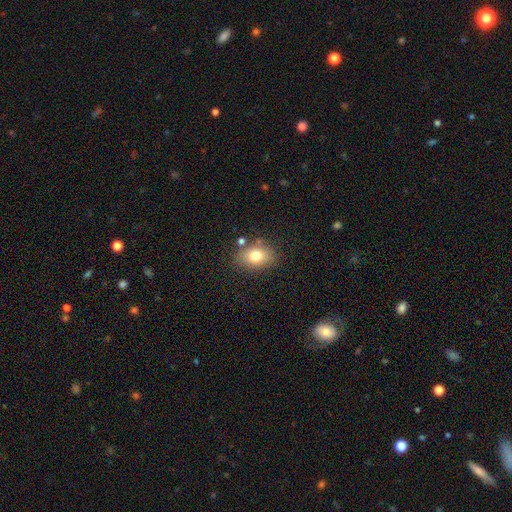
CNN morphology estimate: Smooth or featured? smooth (76%)
How rounded? in between (72%)
Merging? none (76%)